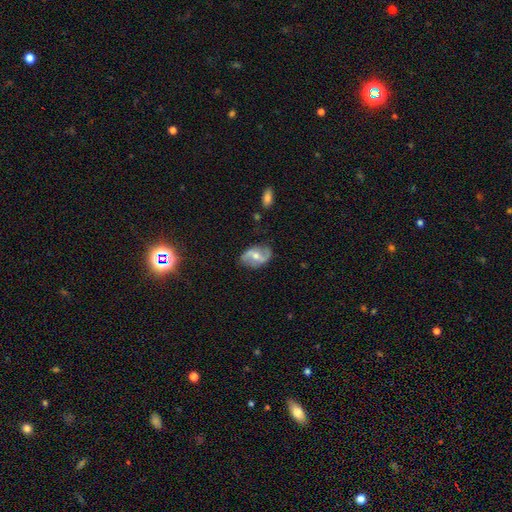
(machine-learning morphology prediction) Smooth or featured? Predicted: featured or disk (p=0.78). Edge-on disk? Predicted: no (p=0.96). Bar? Predicted: weak (p=0.43). Spiral arms? Predicted: yes (p=0.90). Spiral winding? Predicted: loose (p=0.64). Spiral arm count? Predicted: 2 (p=0.92). Bulge size? Predicted: moderate (p=0.60). Merging? Predicted: none (p=0.81).